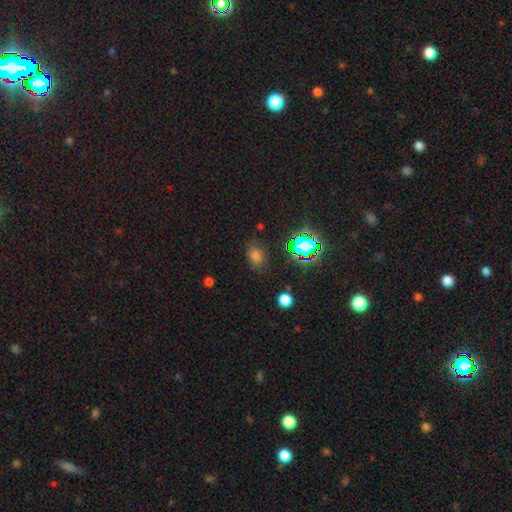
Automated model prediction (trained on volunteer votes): A smooth galaxy with no disk features (61%) that is in between round and cigar-shaped (62%). Merging: none (79%).